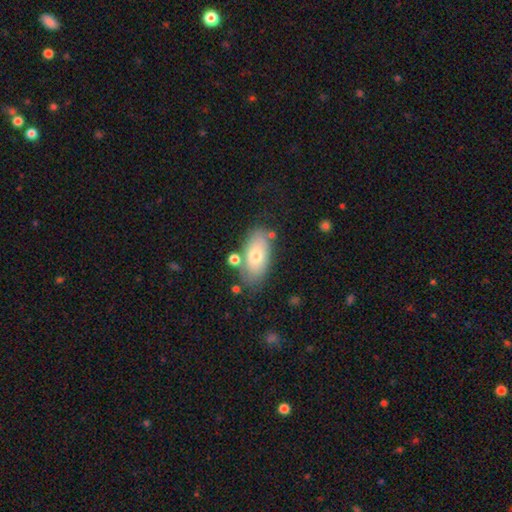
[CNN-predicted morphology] smooth_or_featured: smooth (p=0.68) [alt: featured or disk p=0.24]
how_rounded: in between (p=0.90) [alt: round p=0.05]
merging: none (p=0.71) [alt: minor disturbance p=0.16]